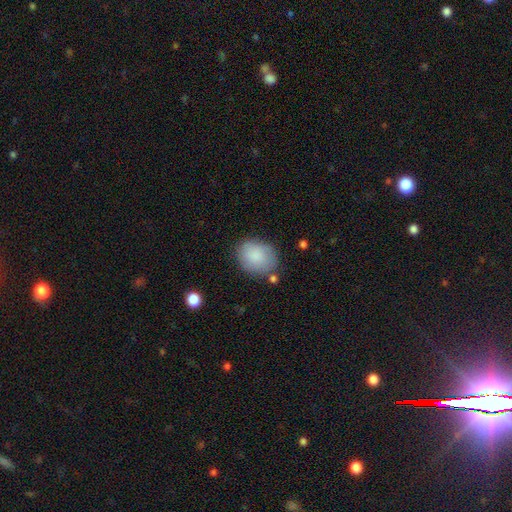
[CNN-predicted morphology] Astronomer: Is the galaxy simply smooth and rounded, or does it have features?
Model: smooth — 86%.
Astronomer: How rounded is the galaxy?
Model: in between — 59% (runner-up: round, 40%).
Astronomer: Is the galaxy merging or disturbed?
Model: none — 72%.